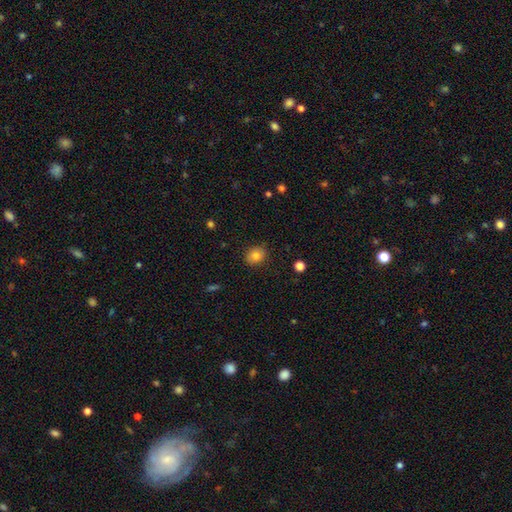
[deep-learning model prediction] Overall: smooth (83%). How rounded: round (56%; in between 43%). Merging: none (87%).